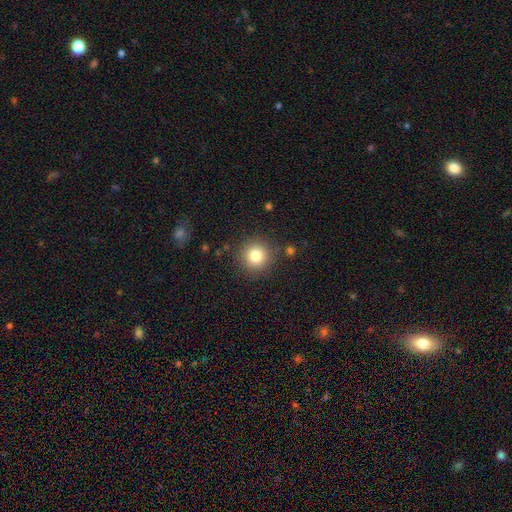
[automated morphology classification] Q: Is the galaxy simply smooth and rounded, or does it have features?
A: smooth — 81%.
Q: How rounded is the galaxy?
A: round — 94%.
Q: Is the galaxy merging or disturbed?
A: none — 88%.